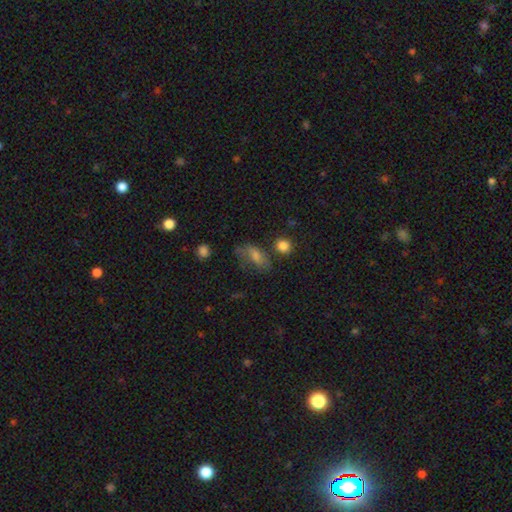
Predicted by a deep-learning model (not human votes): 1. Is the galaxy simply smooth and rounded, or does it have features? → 65% smooth, 22% featured or disk, 13% star or artifact.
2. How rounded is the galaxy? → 80% in between, 11% round, 9% cigar-shaped.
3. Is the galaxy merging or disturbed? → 48% none, 27% minor disturbance, 18% major disturbance, 8% merger.